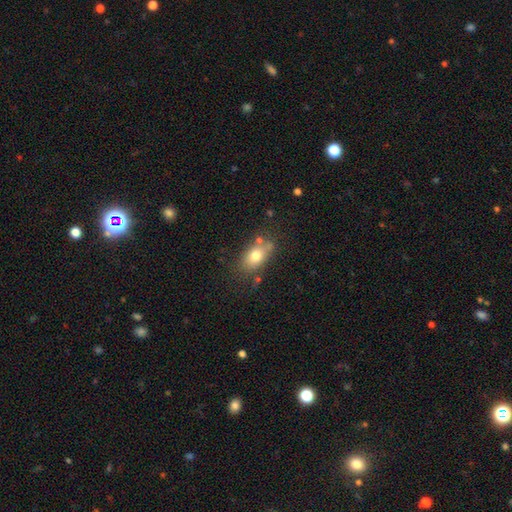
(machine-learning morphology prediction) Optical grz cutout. It shows a smooth galaxy with no disk features (74%) that is in between round and cigar-shaped (82%). Merging: none (66%).